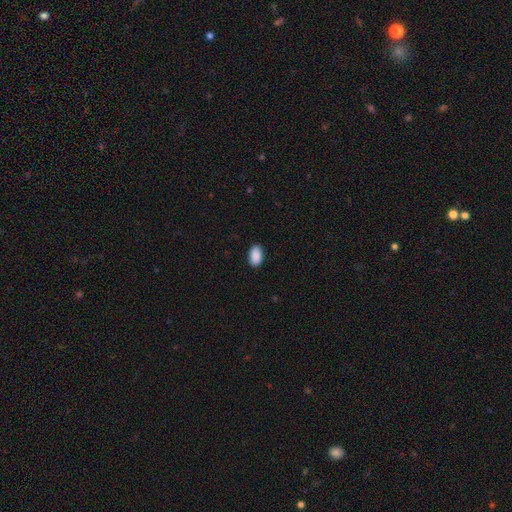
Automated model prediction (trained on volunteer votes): The model was most divided on "merging": none: 88%, minor disturbance: 9%, major disturbance: 2%, merger: 1%. More confident: how rounded — in between (94%); smooth or featured — smooth (91%).